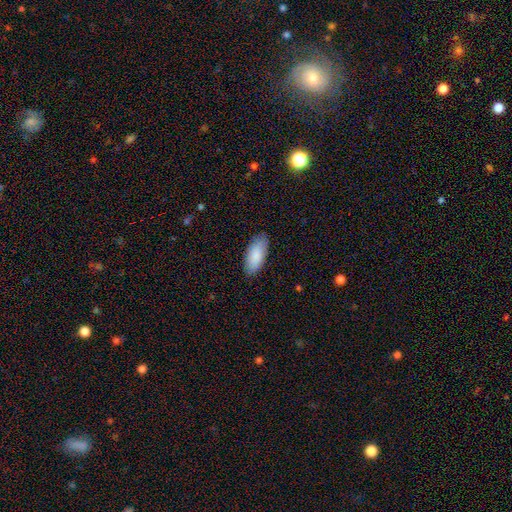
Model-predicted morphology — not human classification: Smooth or featured: smooth — 88% (featured or disk — 7%)
How rounded: in between — 89% (cigar-shaped — 9%)
Merging: none — 84% (minor disturbance — 13%)